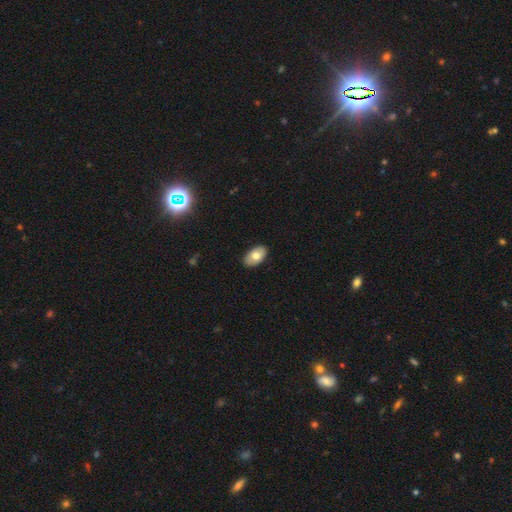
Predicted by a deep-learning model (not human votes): The model was most divided on "smooth or featured": smooth: 74%, featured or disk: 19%, star or artifact: 7%. More confident: how rounded — in between (94%); merging — none (89%).